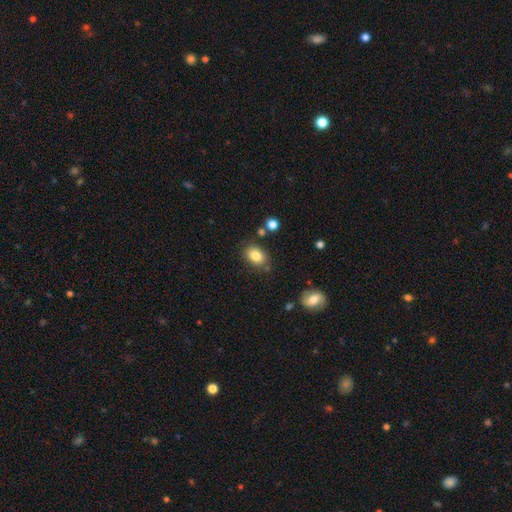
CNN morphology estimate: A smooth galaxy with no disk features (83%) that is in between round and cigar-shaped (74%).

Vote fractions:
- Smooth or featured? smooth: 83% / star or artifact: 9% / featured or disk: 8%
- How rounded? in between: 74% / round: 25% / cigar-shaped: 1%
- Merging? none: 78% / minor disturbance: 13% / merger: 5% / major disturbance: 3%